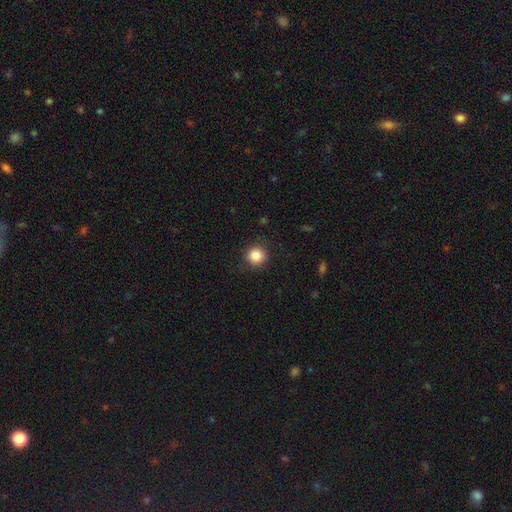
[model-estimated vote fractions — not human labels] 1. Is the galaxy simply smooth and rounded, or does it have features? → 85% smooth, 10% star or artifact, 4% featured or disk.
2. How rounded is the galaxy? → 93% round, 6% in between, 1% cigar-shaped.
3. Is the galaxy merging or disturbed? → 88% none, 9% minor disturbance, 3% major disturbance, 1% merger.